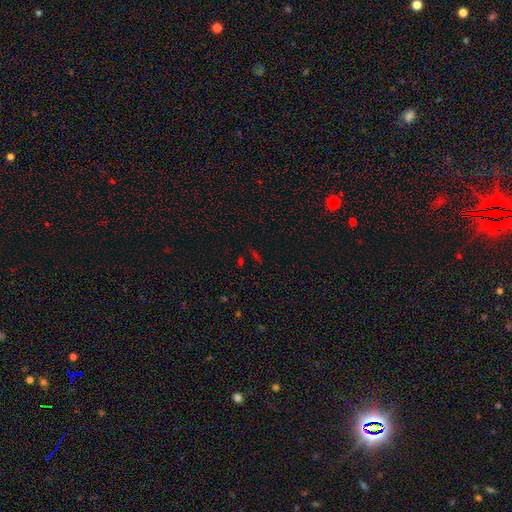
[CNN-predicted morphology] Smooth or featured: star or artifact — 51% (smooth — 37%)